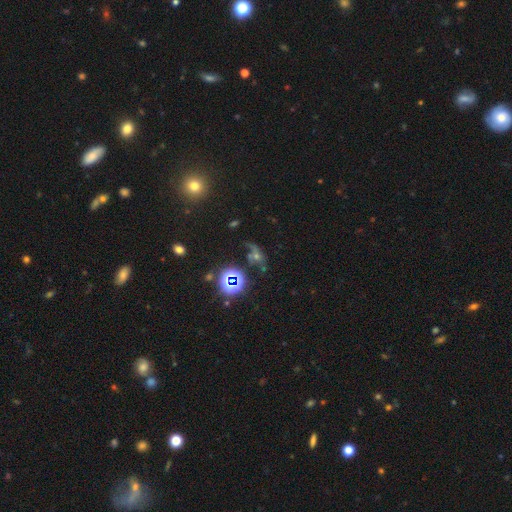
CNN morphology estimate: A star or artifact, not a galaxy (50%).